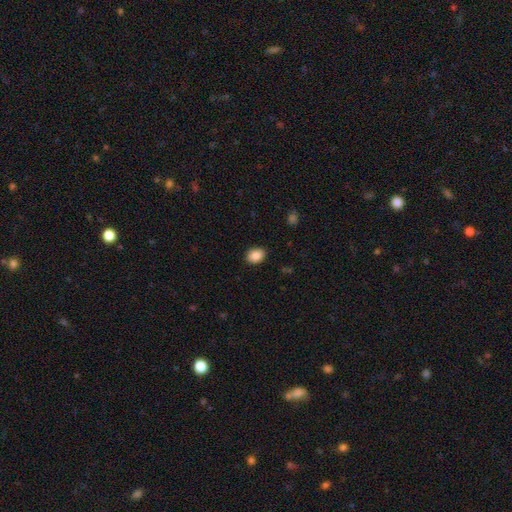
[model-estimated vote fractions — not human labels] Smooth or featured? Predicted: smooth (p=0.87). How rounded? Predicted: in between (p=0.64). Merging? Predicted: none (p=0.89).